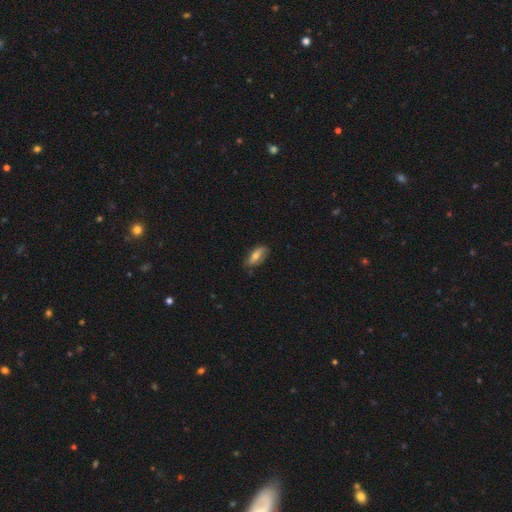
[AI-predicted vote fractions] Morphology: type=smooth (66%); roundness=in between (78%); merging=none (77%).